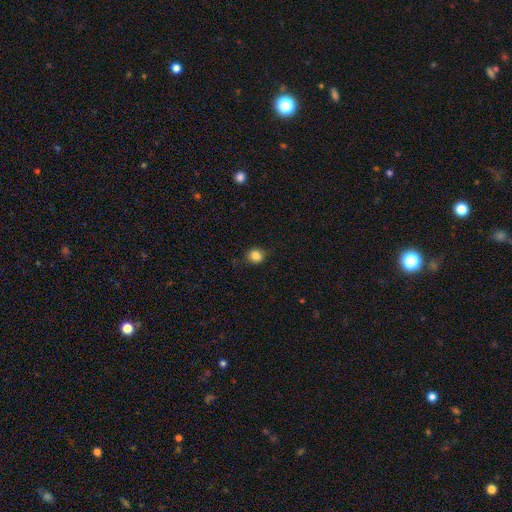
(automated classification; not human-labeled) Morphology: type=smooth (84%); roundness=round (80%); merging=none (86%).